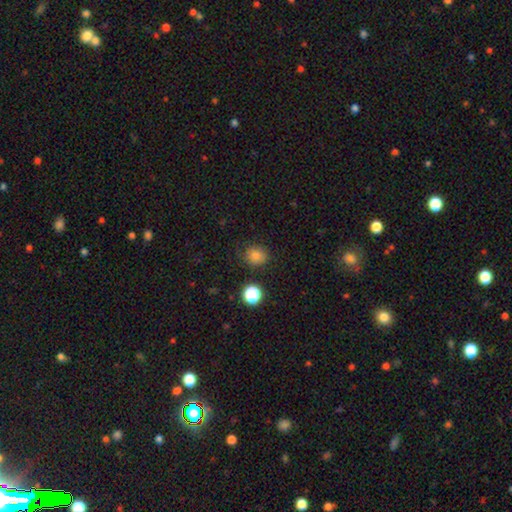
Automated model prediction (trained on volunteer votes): Morphology: type=smooth (78%); roundness=round (79%); merging=none (81%).